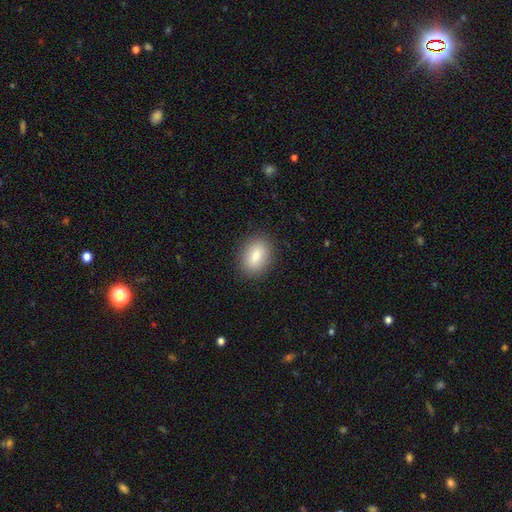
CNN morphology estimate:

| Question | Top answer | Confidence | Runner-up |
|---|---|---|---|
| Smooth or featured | smooth | 83% | featured or disk (9%) |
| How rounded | in between | 79% | round (19%) |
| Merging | none | 88% | minor disturbance (9%) |